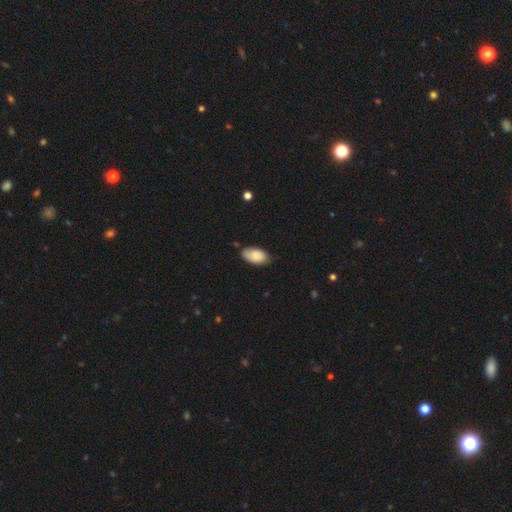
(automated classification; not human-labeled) Q: Smooth or featured?
A: smooth (83%); runner-up: featured or disk (10%)
Q: How rounded?
A: in between (94%); runner-up: round (4%)
Q: Merging?
A: none (71%); runner-up: minor disturbance (23%)